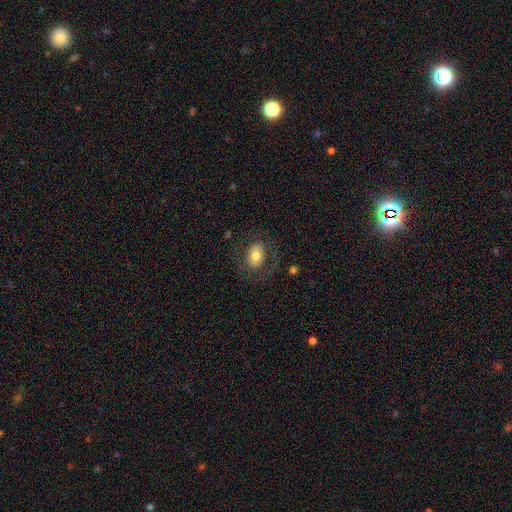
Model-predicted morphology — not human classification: Smooth or featured? smooth (66%)
How rounded? in between (72%)
Merging? none (73%)